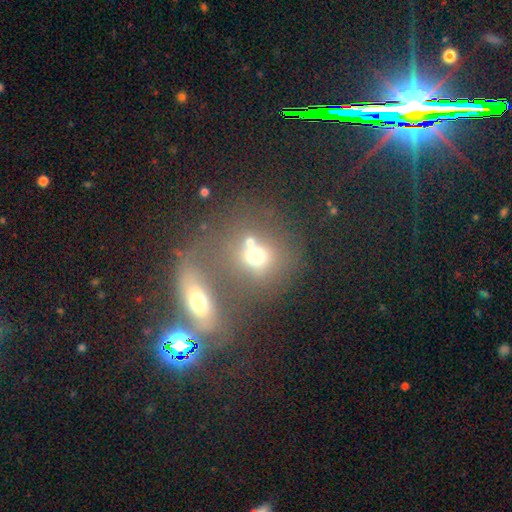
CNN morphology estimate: A smooth galaxy with no disk features (64%) that is round (72%). Merging: merger (50%).